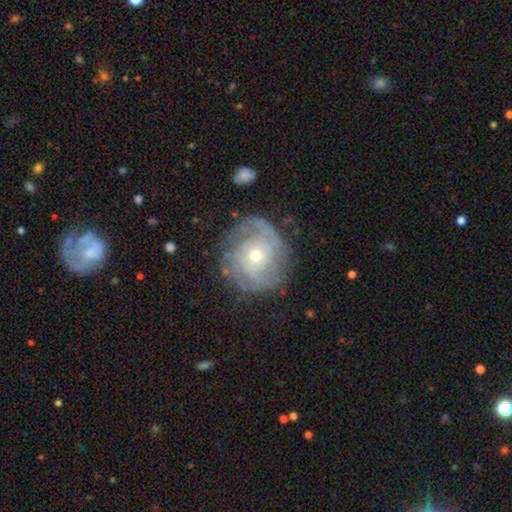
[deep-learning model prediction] This is likely a featured or disk galaxy (76%). It is clearly not viewed edge-on (97%). Bar: likely no (78%). Spiral arm pattern: clearly yes (86%). Spiral arm count: marginally can't tell (37%). Spiral winding: likely tight (61%). Central bulge: possibly moderate (49%). Merging: likely none (72%).